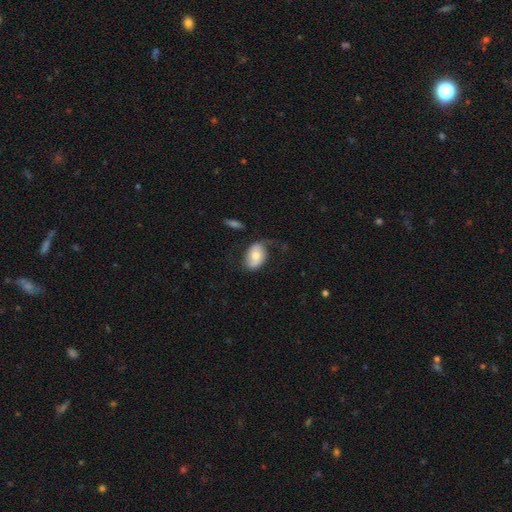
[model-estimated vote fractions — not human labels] Q: Smooth or featured?
A: smooth (56%); runner-up: featured or disk (37%)
Q: How rounded?
A: in between (86%); runner-up: round (13%)
Q: Merging?
A: none (50%); runner-up: minor disturbance (26%)